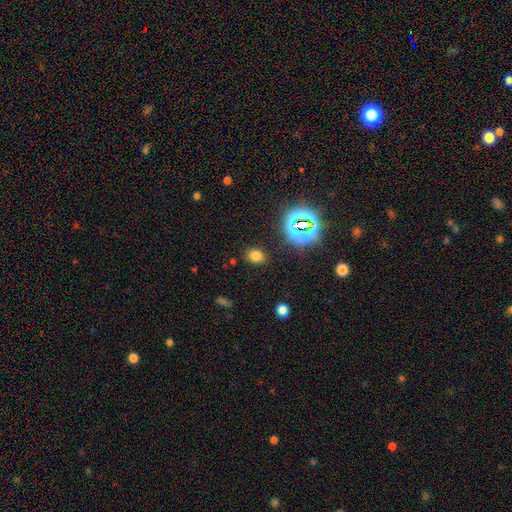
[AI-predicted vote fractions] A smooth galaxy with no disk features (71%) that is in between round and cigar-shaped (56%). Merging: none (85%).